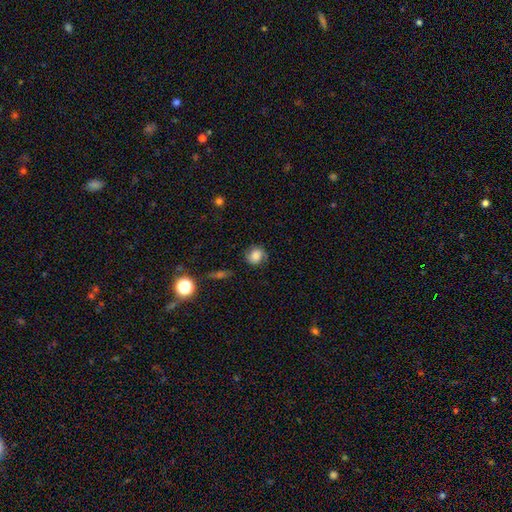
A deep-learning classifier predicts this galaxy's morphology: Q: Smooth or featured?
A: smooth (72%); runner-up: featured or disk (18%)
Q: How rounded?
A: round (77%); runner-up: in between (22%)
Q: Merging?
A: none (73%); runner-up: minor disturbance (20%)